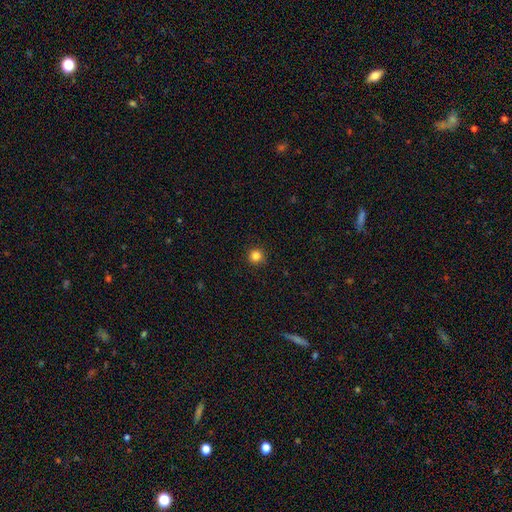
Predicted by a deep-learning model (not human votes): Q: Smooth or featured?
A: smooth (84%); runner-up: star or artifact (12%)
Q: How rounded?
A: round (95%); runner-up: in between (4%)
Q: Merging?
A: none (92%); runner-up: minor disturbance (5%)